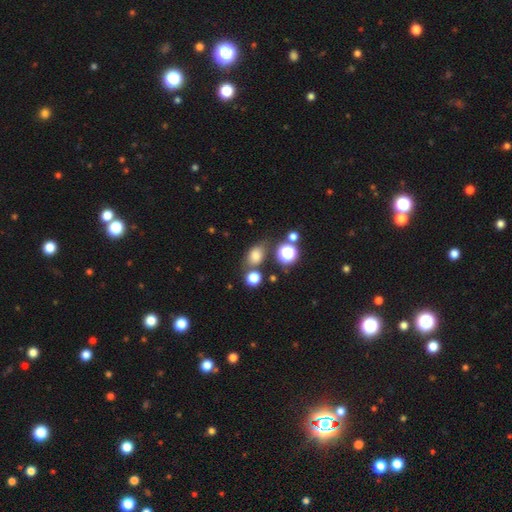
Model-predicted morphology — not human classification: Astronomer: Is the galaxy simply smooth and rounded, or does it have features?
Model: smooth — 74%.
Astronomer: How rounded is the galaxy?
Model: in between — 64%.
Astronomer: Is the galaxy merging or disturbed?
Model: none — 67%.